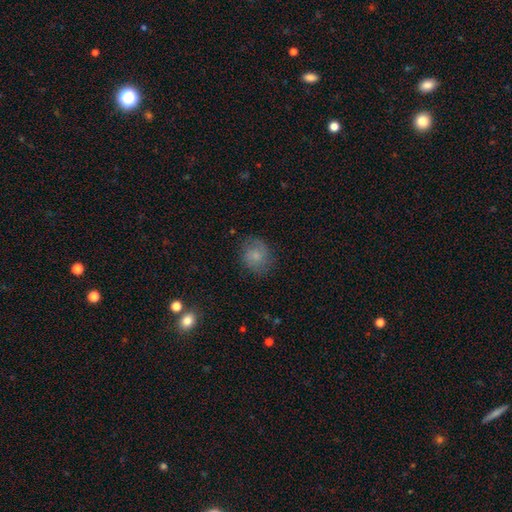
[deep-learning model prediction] The model was most divided on "smooth or featured": smooth: 68%, featured or disk: 23%, star or artifact: 9%. More confident: merging — none (74%); how rounded — round (73%).